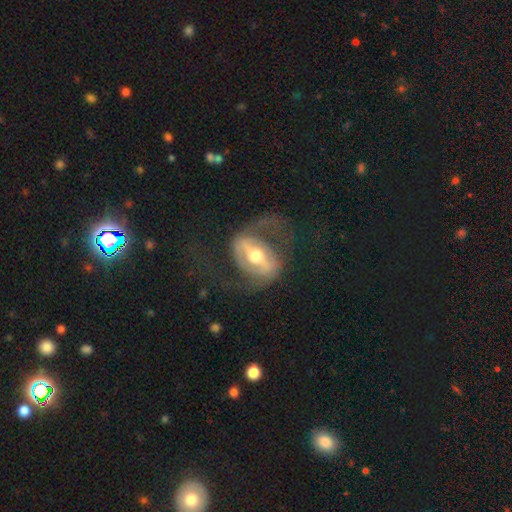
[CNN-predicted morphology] Smooth or featured?
  - featured or disk: 82% *
  - smooth: 13%
  - star or artifact: 5%
Edge-on disk?
  - no: 93% *
  - yes: 7%
Bar?
  - strong: 62% *
  - weak: 26%
  - no: 13%
Spiral arms?
  - yes: 76% *
  - no: 24%
Spiral winding?
  - medium: 44% *
  - loose: 40%
  - tight: 16%
Spiral arm count?
  - 2: 85% *
  - can't tell: 6%
  - 1: 6%
  - 3: 1%
  - 4: 1%
  - more than 4: 1%
Bulge size?
  - moderate: 75% *
  - small: 12%
  - large: 11%
  - dominant: 1%
  - none: 1%
Merging?
  - none: 57% *
  - major disturbance: 26%
  - minor disturbance: 15%
  - merger: 2%